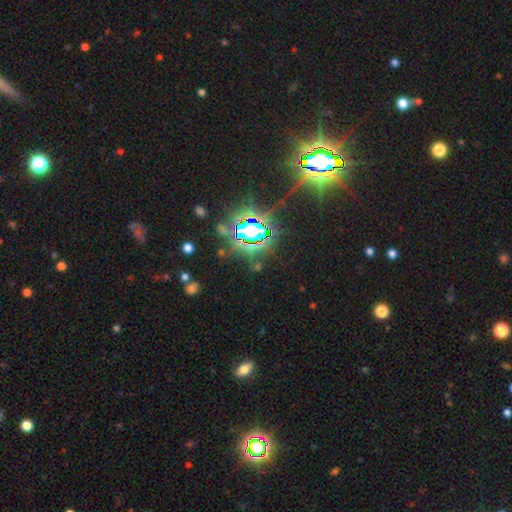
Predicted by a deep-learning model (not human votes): The model was most divided on "smooth or featured": star or artifact: 82%, smooth: 10%, featured or disk: 8%.